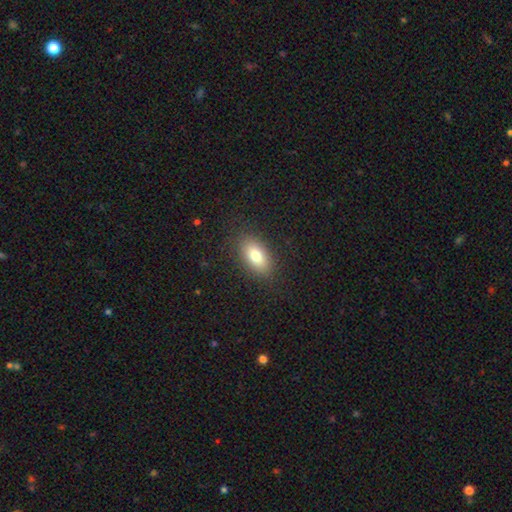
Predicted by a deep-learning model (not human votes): smooth_or_featured: smooth (p=0.78) [alt: featured or disk p=0.13]
how_rounded: in between (p=0.90) [alt: round p=0.06]
merging: none (p=0.86) [alt: minor disturbance p=0.09]